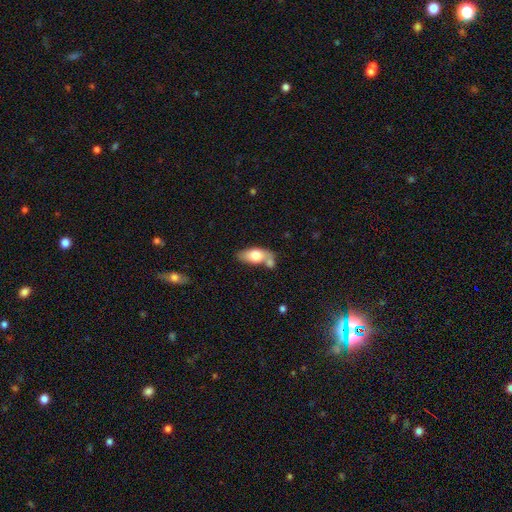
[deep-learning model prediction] smooth 72%, featured or disk 22%, star or artifact 6%. Down the decision tree: how rounded — in between (86%); merging — none (49%).